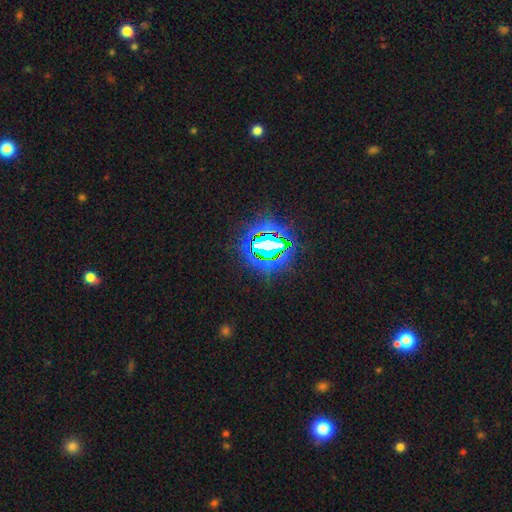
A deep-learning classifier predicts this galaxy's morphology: Smooth or featured: star or artifact — 84% (smooth — 10%)